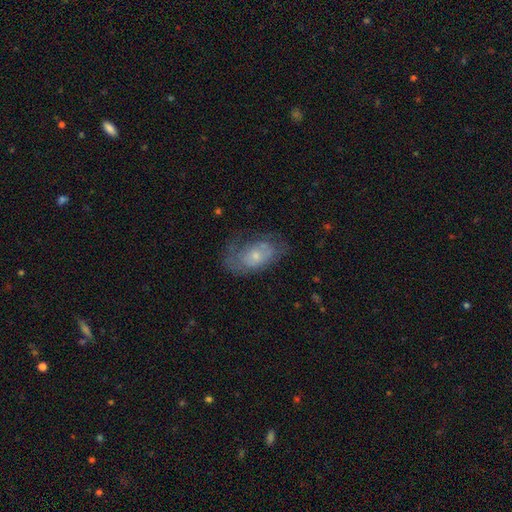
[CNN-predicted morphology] This appears to be a featured or disk galaxy (55%) with no bar (79%), spiral arms (61%) and a small central bulge (54%). Merging: none (50%).